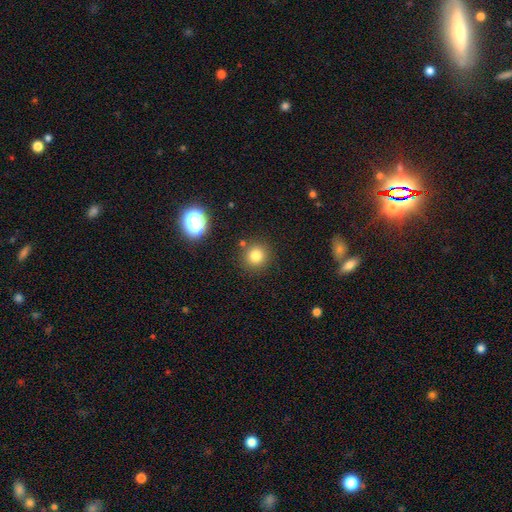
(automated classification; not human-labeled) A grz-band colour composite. It shows a smooth galaxy with no disk features (80%) that is round (93%). Merging: none (86%).